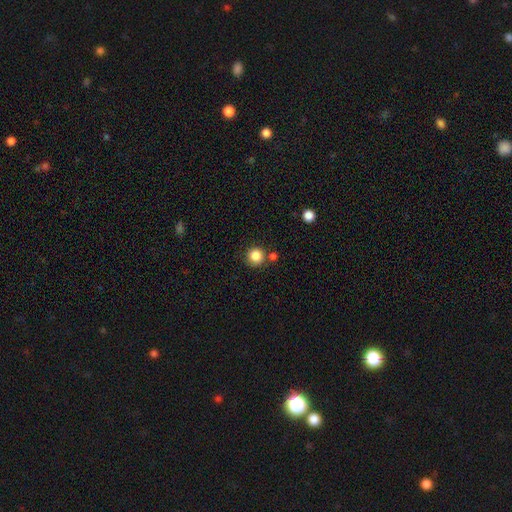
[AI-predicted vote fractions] Morphology: type=smooth (85%); roundness=round (94%); merging=none (80%).